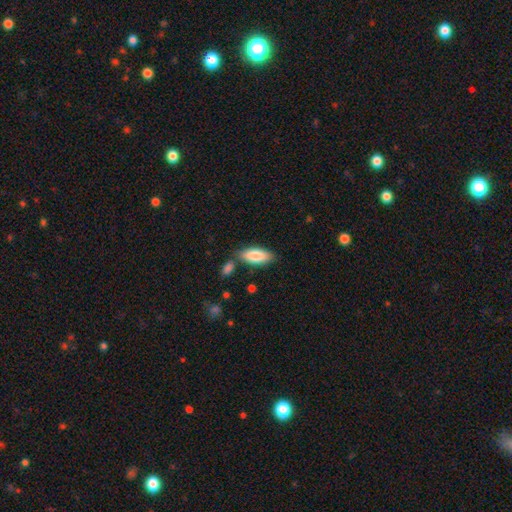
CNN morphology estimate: smooth 83%, featured or disk 11%, star or artifact 6%. Down the decision tree: how rounded — in between (81%); merging — none (72%).